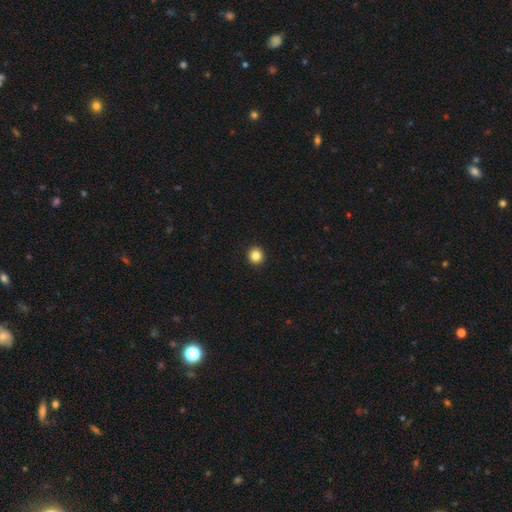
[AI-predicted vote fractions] This appears to be a smooth galaxy with no disk features (85%) that is round (92%). Merging: none (94%).